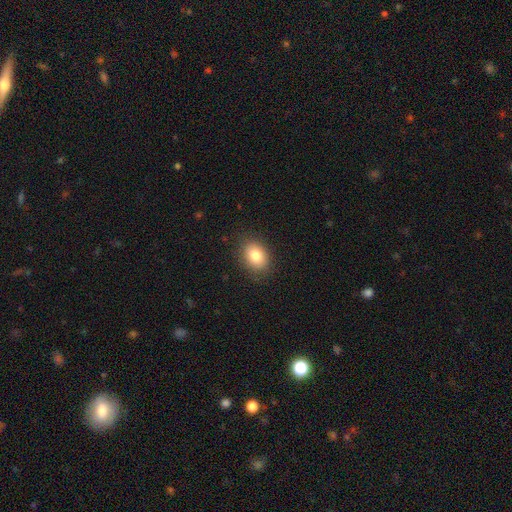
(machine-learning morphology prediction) Smooth or featured? smooth (82%)
How rounded? in between (68%)
Merging? none (86%)